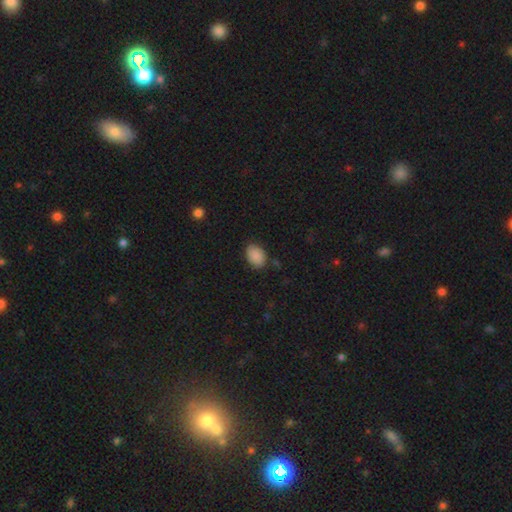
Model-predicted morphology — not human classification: A smooth galaxy with no disk features (88%) that is in between round and cigar-shaped (79%). Merging: none (82%).